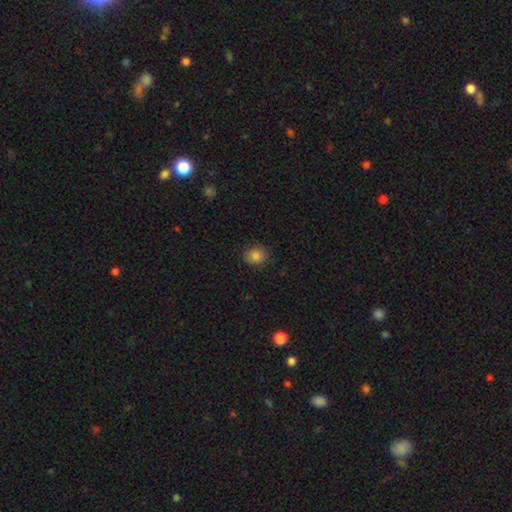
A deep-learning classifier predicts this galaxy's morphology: The model was most divided on "how rounded": round: 67%, in between: 32%, cigar-shaped: 1%. More confident: merging — none (85%); smooth or featured — smooth (84%).